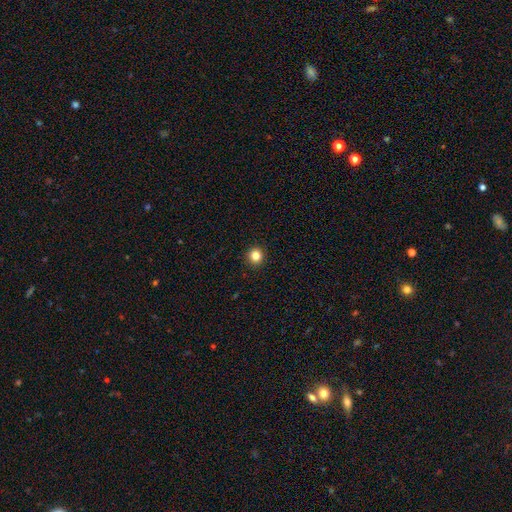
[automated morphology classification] type=smooth (84%); roundness=round (93%); merging=none (93%).